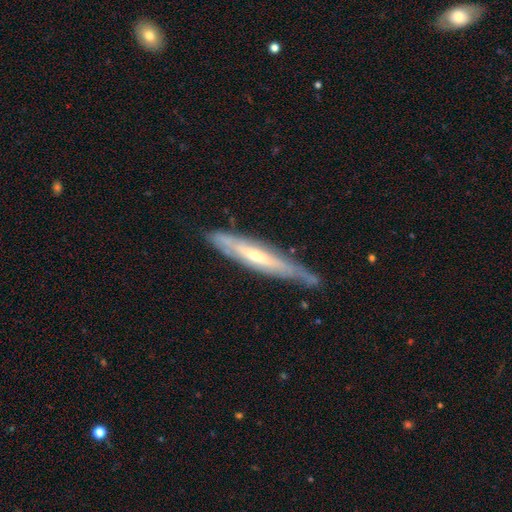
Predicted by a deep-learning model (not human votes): Smooth or featured? Predicted: featured or disk (p=0.71). Edge-on disk? Predicted: yes (p=0.66). Merging? Predicted: none (p=0.67).